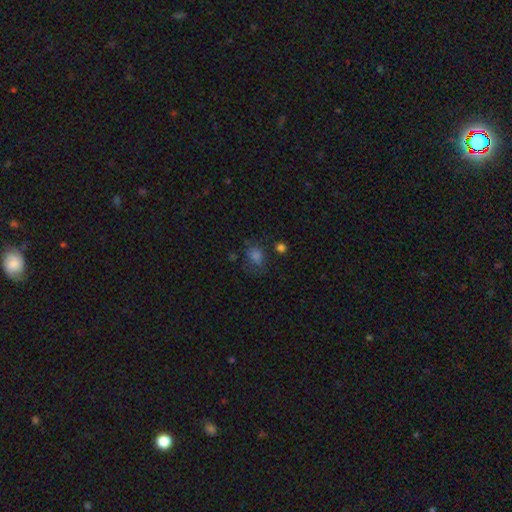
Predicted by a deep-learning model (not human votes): smooth_or_featured: smooth (p=0.62) [alt: star or artifact p=0.25]
how_rounded: in between (p=0.51) [alt: round p=0.47]
merging: none (p=0.60) [alt: minor disturbance p=0.22]